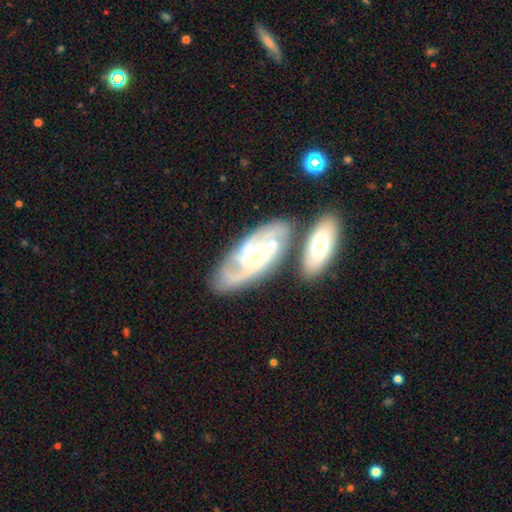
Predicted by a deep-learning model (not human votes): Q: Smooth or featured?
A: featured or disk (84%); runner-up: smooth (11%)
Q: Edge-on disk?
A: no (92%); runner-up: yes (8%)
Q: Bar?
A: no (64%); runner-up: weak (29%)
Q: Spiral arms?
A: yes (95%); runner-up: no (5%)
Q: Spiral winding?
A: tight (54%); runner-up: medium (37%)
Q: Spiral arm count?
A: 2 (31%); tied with: 3 (31%)
Q: Bulge size?
A: moderate (61%); runner-up: small (33%)
Q: Merging?
A: none (58%); runner-up: merger (18%)